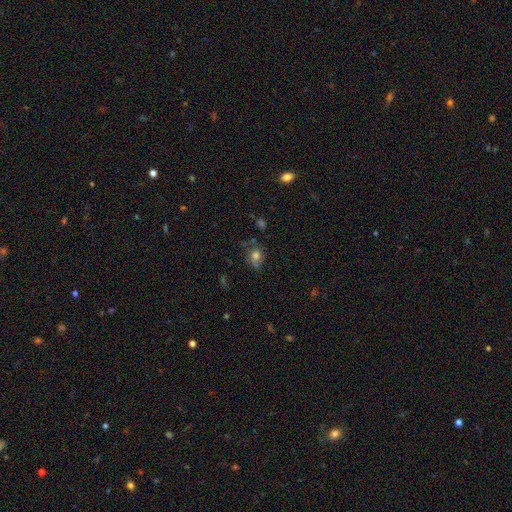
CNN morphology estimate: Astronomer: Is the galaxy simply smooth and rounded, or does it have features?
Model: smooth — 71%.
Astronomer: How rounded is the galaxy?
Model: round — 63%.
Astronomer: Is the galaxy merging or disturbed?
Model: none — 54%.